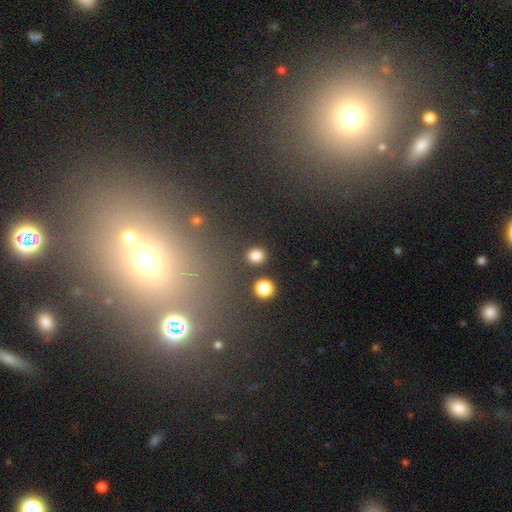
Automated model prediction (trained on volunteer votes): This is clearly a smooth galaxy (82%). How rounded: likely round (74%). Merging: clearly none (87%).